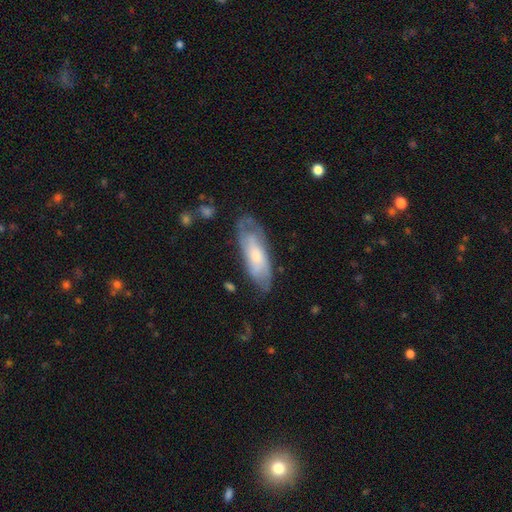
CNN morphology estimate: Smooth or featured? featured or disk (48%)
Merging? none (64%)